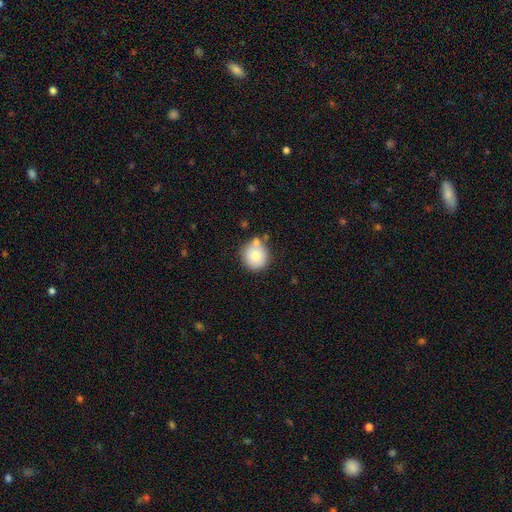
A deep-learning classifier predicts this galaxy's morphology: smooth_or_featured: smooth (p=0.76) [alt: featured or disk p=0.15]
how_rounded: round (p=0.90) [alt: in between p=0.09]
merging: none (p=0.65) [alt: merger p=0.17]